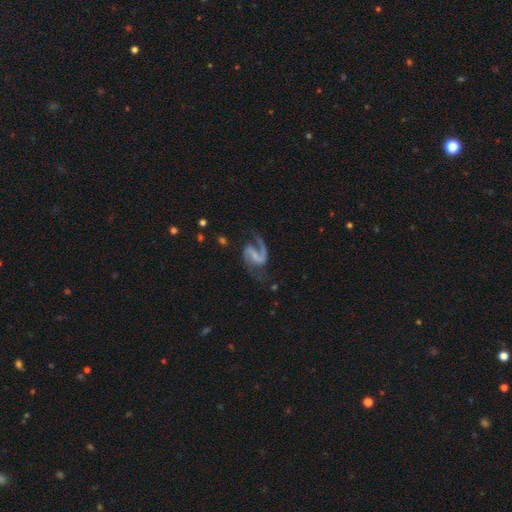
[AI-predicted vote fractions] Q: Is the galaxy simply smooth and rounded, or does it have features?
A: featured or disk — 89%.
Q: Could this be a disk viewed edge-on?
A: no — 98%.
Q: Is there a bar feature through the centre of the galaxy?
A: weak — 41%.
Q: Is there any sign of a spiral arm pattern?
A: yes — 97%.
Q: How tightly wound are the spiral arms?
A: medium — 47%.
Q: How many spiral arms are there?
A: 2 — 79%.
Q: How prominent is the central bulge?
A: none — 58%.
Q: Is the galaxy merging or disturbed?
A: none — 61%.